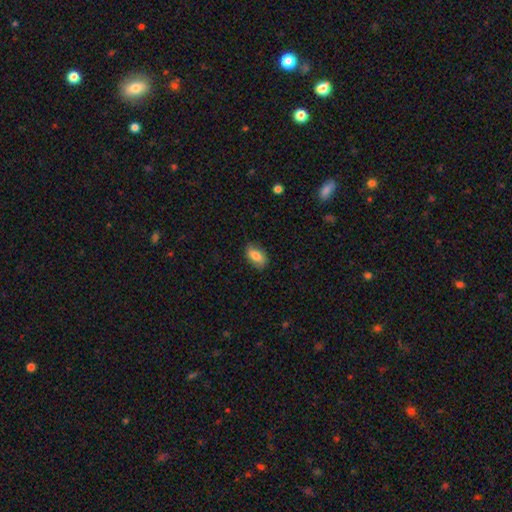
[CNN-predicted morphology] Smooth or featured? smooth (77%)
How rounded? in between (90%)
Merging? none (79%)